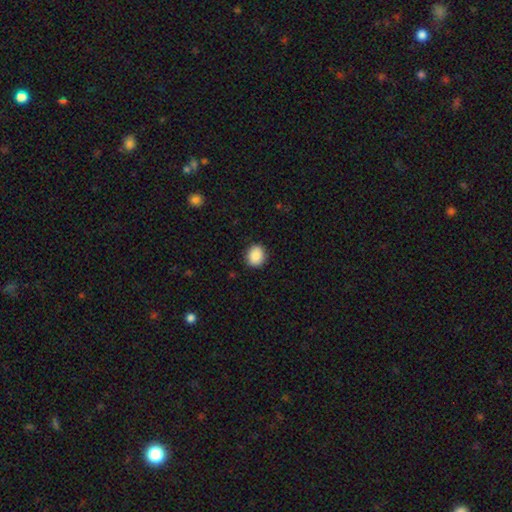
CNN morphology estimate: Q: Smooth or featured?
A: smooth (89%); runner-up: star or artifact (8%)
Q: How rounded?
A: round (68%); runner-up: in between (31%)
Q: Merging?
A: none (89%); runner-up: minor disturbance (8%)